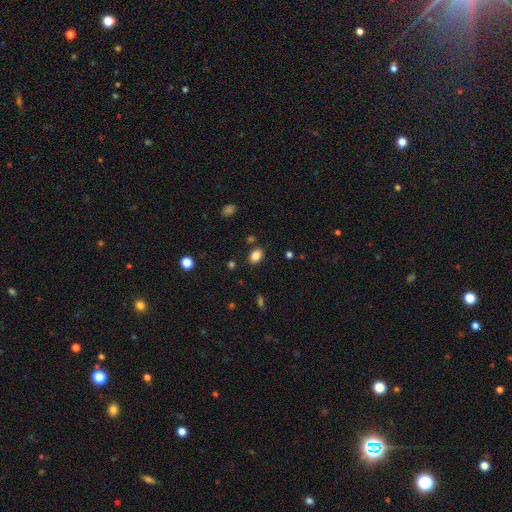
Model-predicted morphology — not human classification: A smooth galaxy with no disk features (84%) that is in between round and cigar-shaped (76%).

Vote fractions:
- Smooth or featured? smooth: 84% / star or artifact: 11% / featured or disk: 5%
- How rounded? in between: 76% / round: 23% / cigar-shaped: 1%
- Merging? none: 83% / minor disturbance: 10% / merger: 3% / major disturbance: 3%